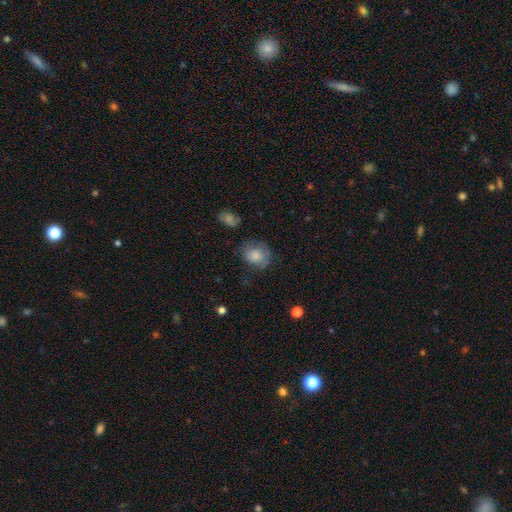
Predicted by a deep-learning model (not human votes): smooth-or-featured: smooth: 77% | featured or disk: 14% | star or artifact: 8%
  how-rounded: round: 65% | in between: 34% | cigar-shaped: 1%
  merging: none: 57% | minor disturbance: 28% | major disturbance: 12% | merger: 3%